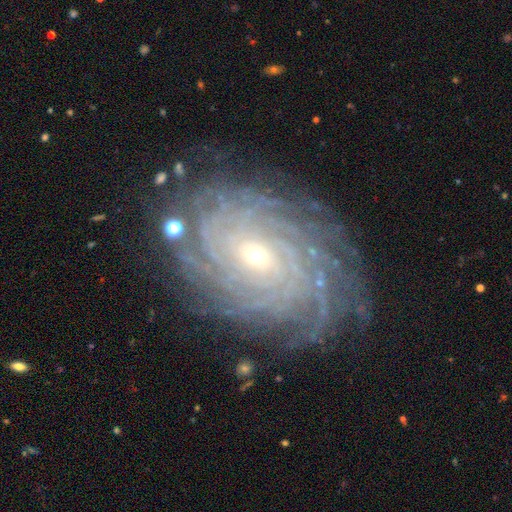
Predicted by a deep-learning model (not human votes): Morphology: type=featured or disk (88%); edge-on=no (97%); bar=no (51%); spiral arms=yes (98%); winding=tight (86%); arm count=more than 4 (39%); bulge=small (65%); merging=none (83%).